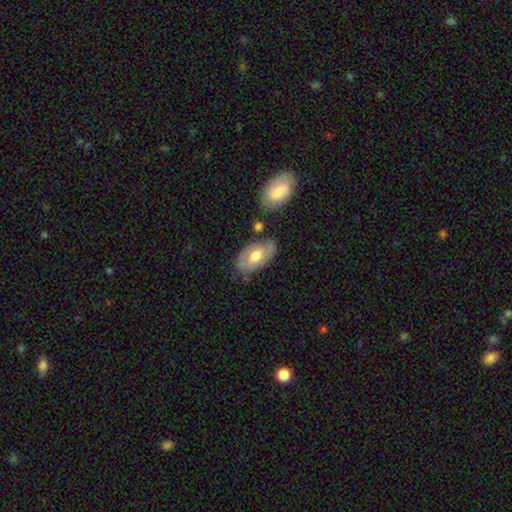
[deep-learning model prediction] Smooth or featured?
  - smooth: 48% *
  - featured or disk: 46%
  - star or artifact: 6%
Merging?
  - none: 67% *
  - minor disturbance: 20%
  - merger: 6%
  - major disturbance: 6%